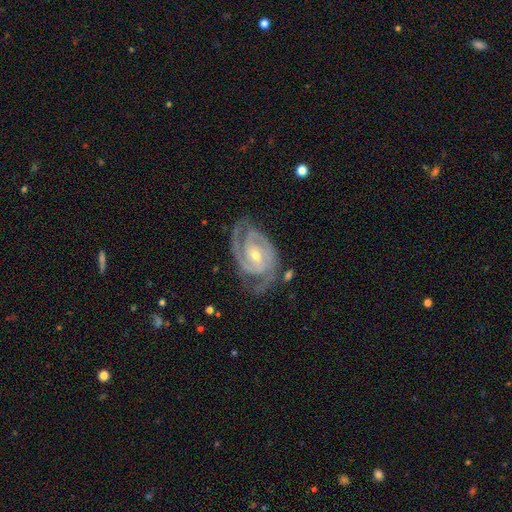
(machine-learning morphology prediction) smooth_or_featured: featured or disk (p=0.93) [alt: star or artifact p=0.04]
disk_edge_on: no (p=0.97) [alt: yes p=0.03]
bar: no (p=0.41) [alt: weak p=0.39]
has_spiral_arms: yes (p=0.98) [alt: no p=0.02]
spiral_winding: tight (p=0.64) [alt: medium p=0.32]
spiral_arm_count: 2 (p=0.66) [alt: 3 p=0.21]
bulge_size: small (p=0.53) [alt: moderate p=0.44]
merging: none (p=0.75) [alt: minor disturbance p=0.17]